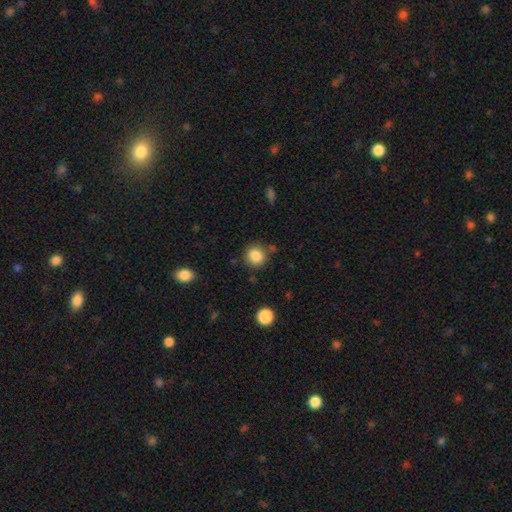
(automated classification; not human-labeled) Smooth or featured? Predicted: smooth (p=0.85). How rounded? Predicted: round (p=0.86). Merging? Predicted: none (p=0.80).